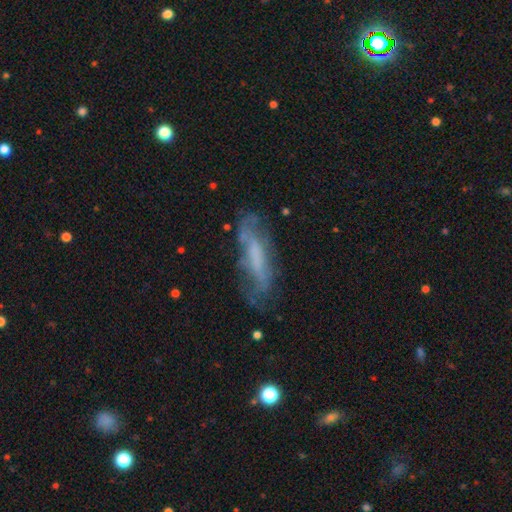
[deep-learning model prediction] A featured or disk galaxy (56%).

Vote fractions:
- Smooth or featured? featured or disk: 56% / smooth: 35% / star or artifact: 9%
- Edge-on disk? no: 65% / yes: 35%
- Merging? none: 59% / minor disturbance: 24% / major disturbance: 13% / merger: 3%